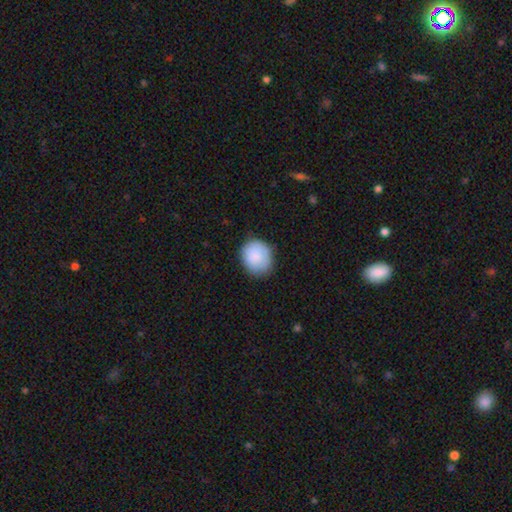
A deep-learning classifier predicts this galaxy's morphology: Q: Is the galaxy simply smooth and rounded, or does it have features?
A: smooth — 86%.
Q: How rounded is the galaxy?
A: round — 70%.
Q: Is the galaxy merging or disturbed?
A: none — 77%.